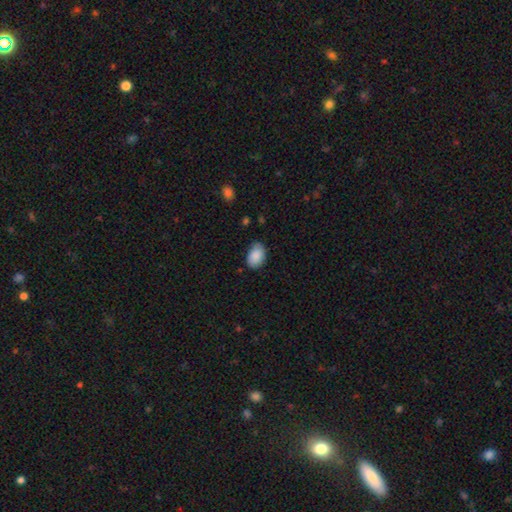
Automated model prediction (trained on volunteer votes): Overall: smooth (88%). How rounded: in between (86%). Merging: none (75%).